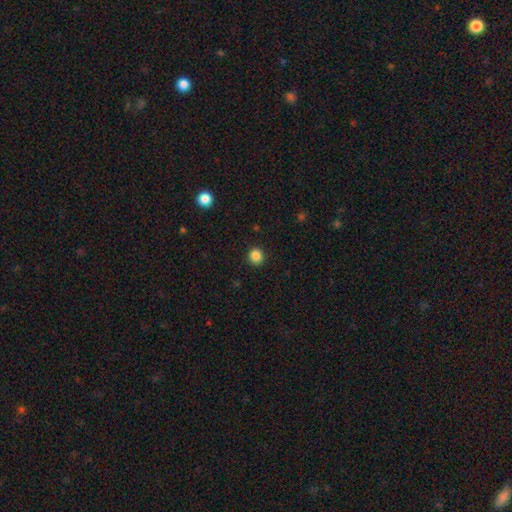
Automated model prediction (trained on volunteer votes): smooth 86%, star or artifact 11%, featured or disk 3%. Down the decision tree: how rounded — round (89%); merging — none (92%).